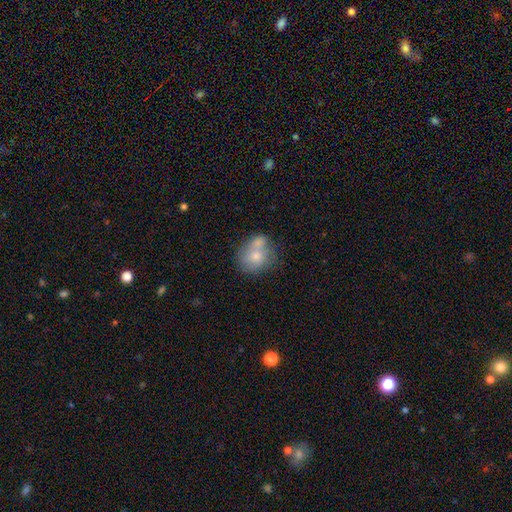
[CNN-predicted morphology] A smooth galaxy with no disk features (72%) that is round (64%). Merging: merger (47%).